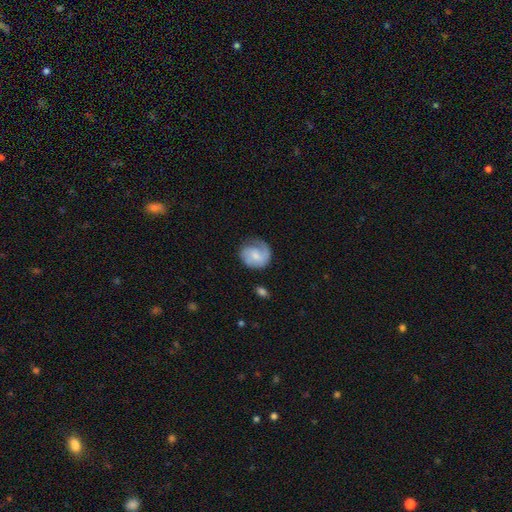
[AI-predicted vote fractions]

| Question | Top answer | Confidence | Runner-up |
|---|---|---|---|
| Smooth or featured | featured or disk | 59% | smooth (35%) |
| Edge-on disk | no | 98% | yes (2%) |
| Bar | no | 55% | weak (39%) |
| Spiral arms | yes | 88% | no (12%) |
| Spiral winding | tight | 39% | tied: medium (39%) |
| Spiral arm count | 1 | 43% | 2 (37%) |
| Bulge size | small | 50% | moderate (38%) |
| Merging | none | 61% | minor disturbance (24%) |